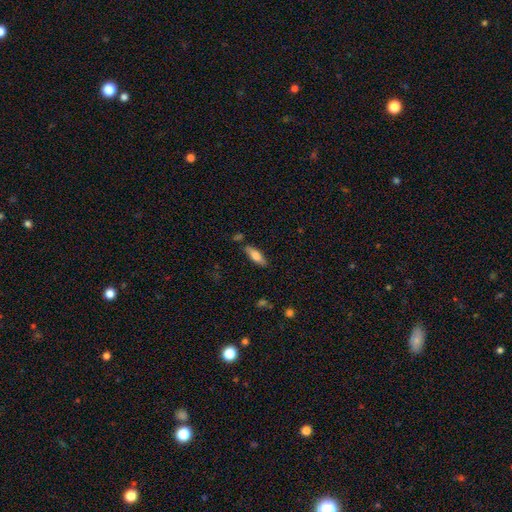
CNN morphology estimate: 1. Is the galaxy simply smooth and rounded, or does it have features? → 66% smooth, 27% featured or disk, 6% star or artifact.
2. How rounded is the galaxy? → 51% in between, 47% cigar-shaped, 2% round.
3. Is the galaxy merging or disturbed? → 79% none, 14% minor disturbance, 4% merger, 3% major disturbance.